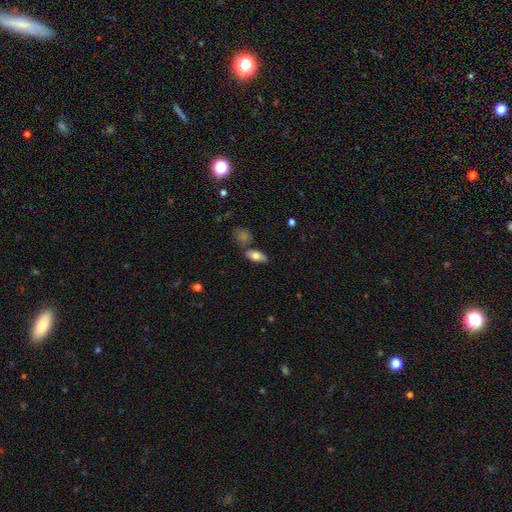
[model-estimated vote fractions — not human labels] This appears to be a smooth galaxy with no disk features (77%) that is in between round and cigar-shaped (86%). Merging: none (73%).